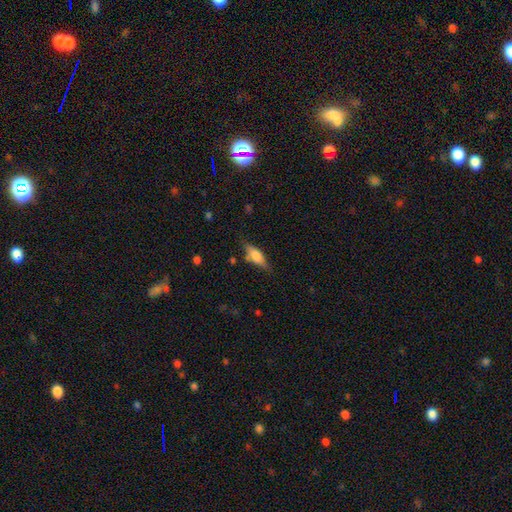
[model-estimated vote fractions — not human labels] Morphology: type=smooth (57%); roundness=in between (61%); merging=none (73%).